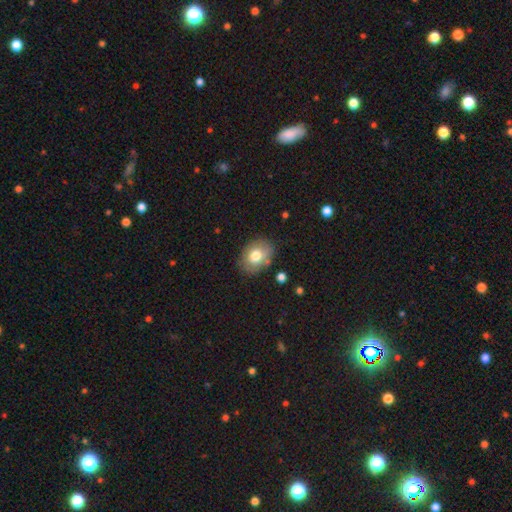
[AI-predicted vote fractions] Morphology: type=smooth (75%); roundness=in between (68%); merging=none (78%).